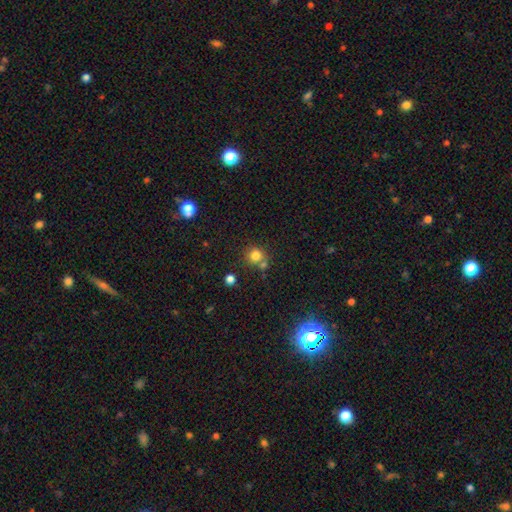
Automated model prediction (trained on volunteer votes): Smooth or featured: smooth — 79% (star or artifact — 14%)
How rounded: round — 89% (in between — 10%)
Merging: none — 64% (merger — 22%)